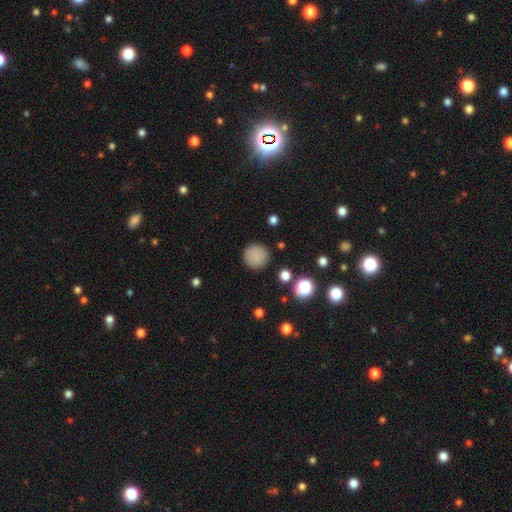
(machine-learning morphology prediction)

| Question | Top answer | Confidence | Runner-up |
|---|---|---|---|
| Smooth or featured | smooth | 84% | star or artifact (11%) |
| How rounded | round | 94% | in between (5%) |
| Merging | none | 89% | minor disturbance (7%) |